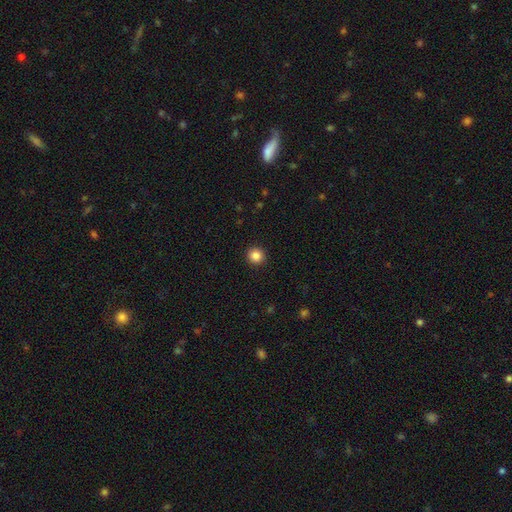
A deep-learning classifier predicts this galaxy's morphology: The model was most divided on "smooth or featured": smooth: 86%, star or artifact: 11%, featured or disk: 4%. More confident: how rounded — round (94%); merging — none (93%).